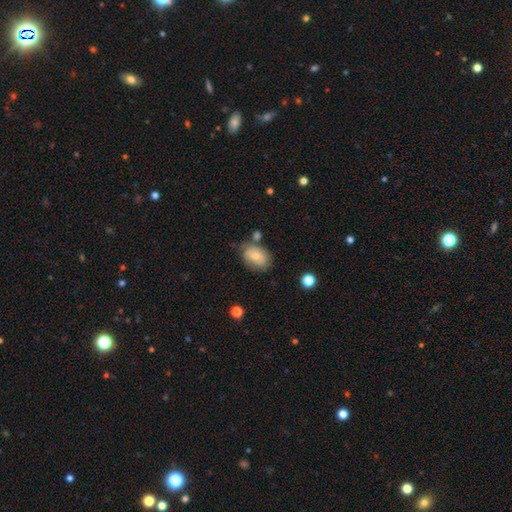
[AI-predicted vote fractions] This is likely a smooth galaxy (64%). How rounded: likely in between (75%). Merging: possibly none (59%).